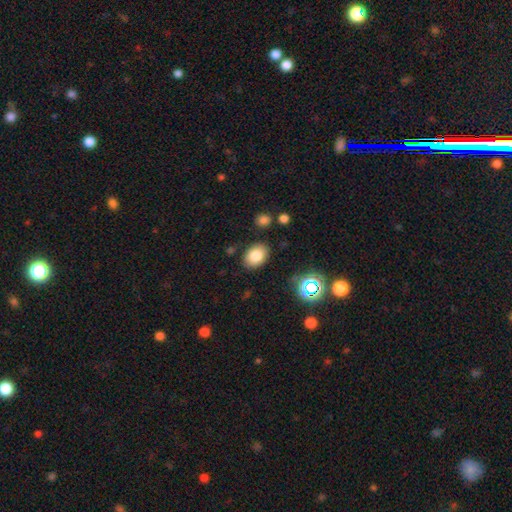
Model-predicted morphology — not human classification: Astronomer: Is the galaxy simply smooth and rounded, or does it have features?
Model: smooth — 81%.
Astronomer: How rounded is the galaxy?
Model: in between — 78%.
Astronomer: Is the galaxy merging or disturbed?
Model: none — 86%.